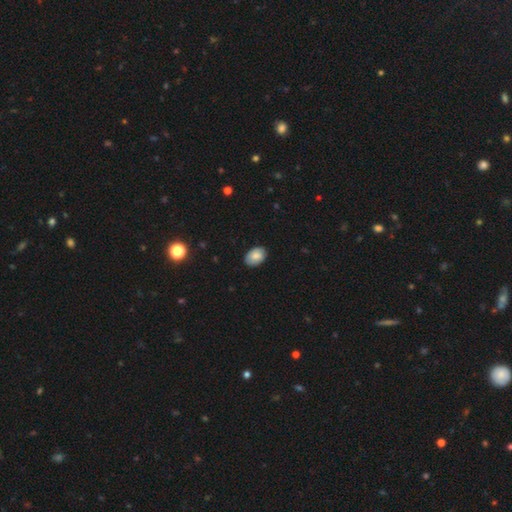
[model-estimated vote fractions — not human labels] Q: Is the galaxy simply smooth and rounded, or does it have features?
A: smooth — 82%.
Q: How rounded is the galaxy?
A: in between — 85%.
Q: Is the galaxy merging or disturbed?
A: none — 85%.